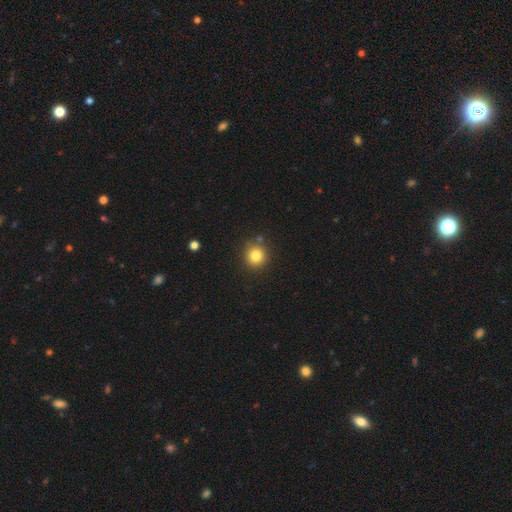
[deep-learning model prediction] smooth 82%, star or artifact 12%, featured or disk 6%. Down the decision tree: how rounded — round (92%); merging — none (84%).